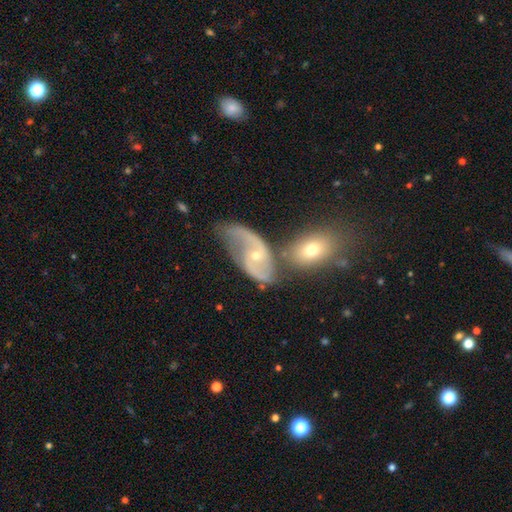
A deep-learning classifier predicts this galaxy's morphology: Smooth or featured? featured or disk (81%)
Edge-on disk? no (96%)
Bar? no (61%)
Spiral arms? yes (92%)
Spiral winding? loose (50%)
Spiral arm count? 2 (83%)
Bulge size? small (67%)
Merging? none (38%)